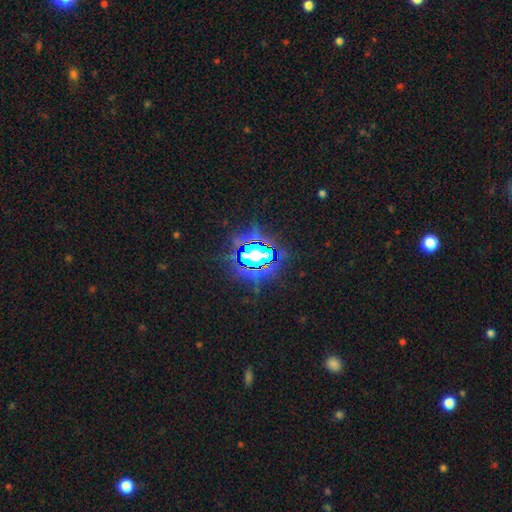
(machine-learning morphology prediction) The model was most divided on "smooth or featured": star or artifact: 78%, smooth: 12%, featured or disk: 10%.